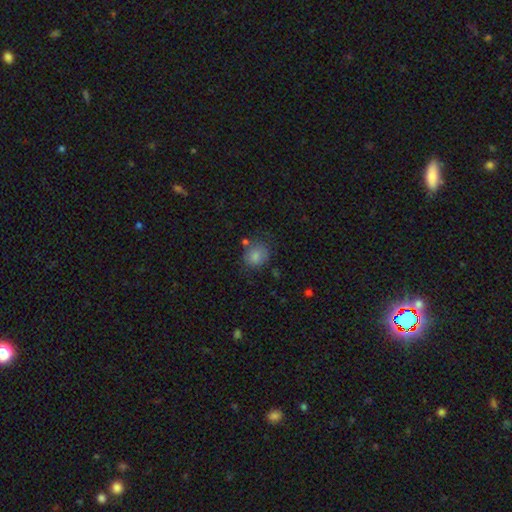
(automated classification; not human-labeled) The model was most divided on "merging": none: 65%, minor disturbance: 21%, major disturbance: 7%, merger: 7%. More confident: smooth or featured — smooth (81%); how rounded — round (72%).